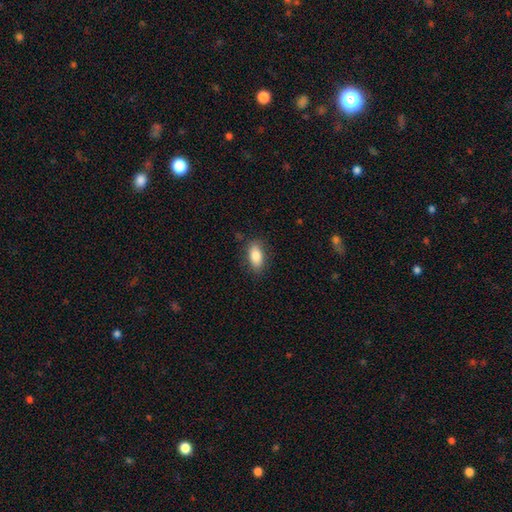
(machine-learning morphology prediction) The model was most divided on "merging": none: 84%, minor disturbance: 12%, major disturbance: 3%, merger: 1%. More confident: how rounded — in between (89%); smooth or featured — smooth (84%).